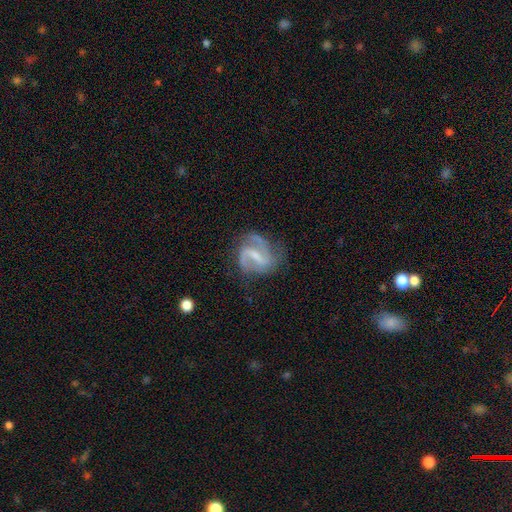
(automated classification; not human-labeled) This is clearly a featured or disk galaxy (86%). It is clearly not viewed edge-on (98%). Bar: possibly weak (48%). Spiral arm pattern: clearly yes (95%). Spiral arm count: likely 2 (76%). Spiral winding: possibly medium (51%). Central bulge: possibly small (49%). Merging: likely none (61%).